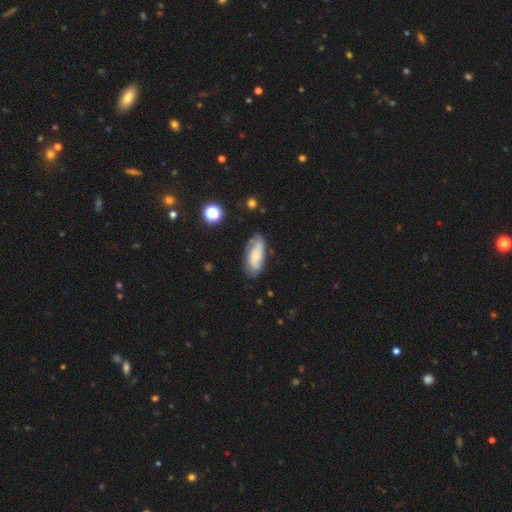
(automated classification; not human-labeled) This appears to be a featured or disk galaxy (48%). Merging: none (69%).